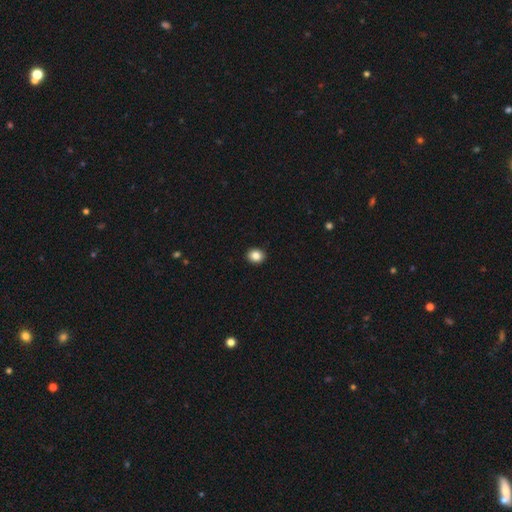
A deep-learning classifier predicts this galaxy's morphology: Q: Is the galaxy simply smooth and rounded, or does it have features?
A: smooth — 86%.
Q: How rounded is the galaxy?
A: round — 67%.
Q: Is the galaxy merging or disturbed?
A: none — 93%.